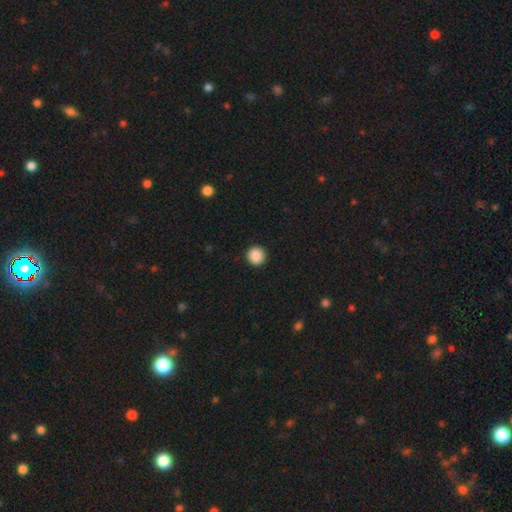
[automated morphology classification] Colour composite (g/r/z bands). It shows a smooth galaxy with no disk features (88%) that is round (93%). Merging: none (92%).